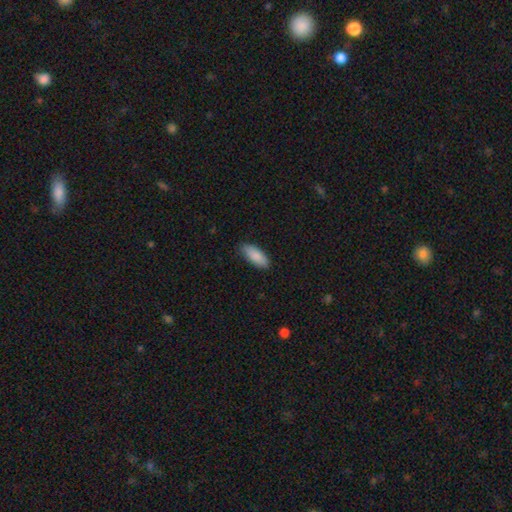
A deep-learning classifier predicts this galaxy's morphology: Smooth or featured: smooth — 89% (star or artifact — 6%)
How rounded: in between — 80% (cigar-shaped — 19%)
Merging: none — 85% (minor disturbance — 12%)